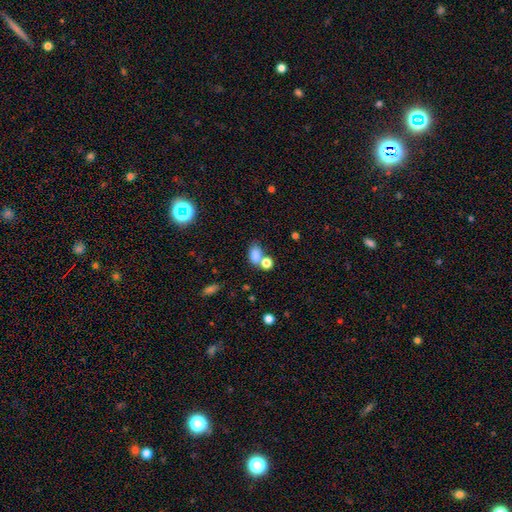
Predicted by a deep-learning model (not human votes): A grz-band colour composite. It shows a smooth galaxy with no disk features (80%) that is in between round and cigar-shaped (79%). Merging: none (41%, tied with merger).